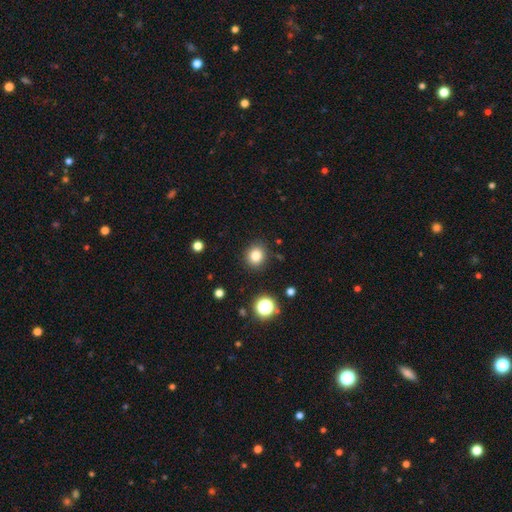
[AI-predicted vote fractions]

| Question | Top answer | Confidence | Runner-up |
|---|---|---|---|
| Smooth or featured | smooth | 82% | star or artifact (13%) |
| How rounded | round | 82% | in between (17%) |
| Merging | none | 88% | minor disturbance (7%) |